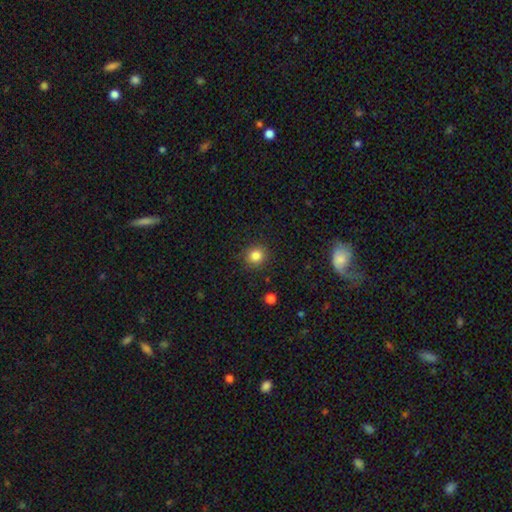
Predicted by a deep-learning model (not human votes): Overall: smooth (84%). How rounded: round (90%). Merging: none (89%).